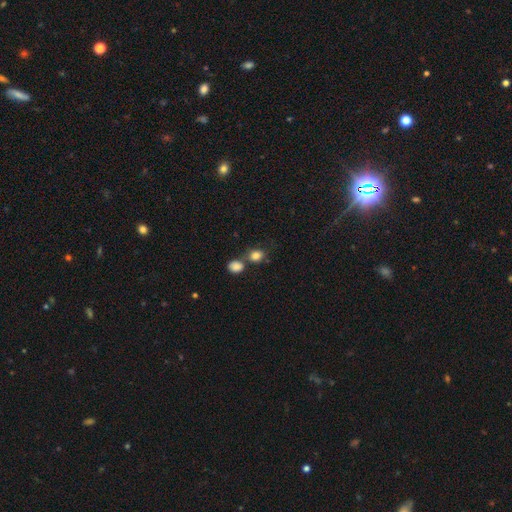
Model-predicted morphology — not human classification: Smooth or featured?
  - smooth: 84% *
  - star or artifact: 10%
  - featured or disk: 6%
How rounded?
  - round: 49% * (tied)
  - in between: 49% * (tied)
  - cigar-shaped: 1%
Merging?
  - none: 49% *
  - merger: 36%
  - minor disturbance: 11%
  - major disturbance: 4%